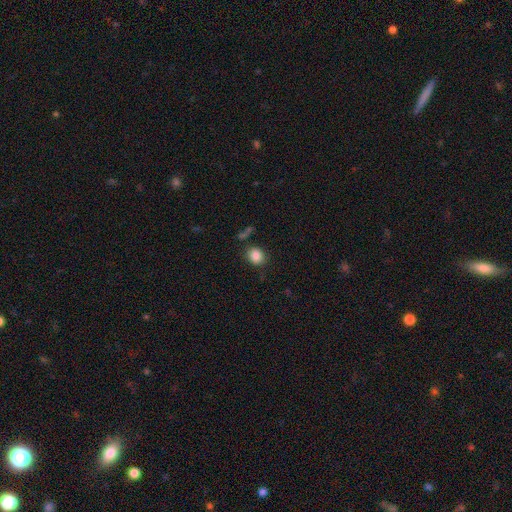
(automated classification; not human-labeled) Q: Smooth or featured?
A: smooth (86%); runner-up: star or artifact (10%)
Q: How rounded?
A: round (67%); runner-up: in between (32%)
Q: Merging?
A: none (80%); runner-up: minor disturbance (12%)